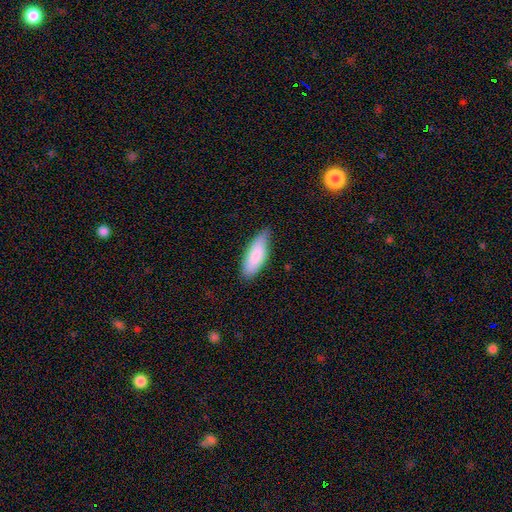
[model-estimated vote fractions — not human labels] Smooth or featured?
  - smooth: 85% *
  - featured or disk: 10%
  - star or artifact: 5%
How rounded?
  - in between: 69% *
  - cigar-shaped: 30%
  - round: 2%
Merging?
  - none: 69% *
  - minor disturbance: 26%
  - major disturbance: 4%
  - merger: 1%